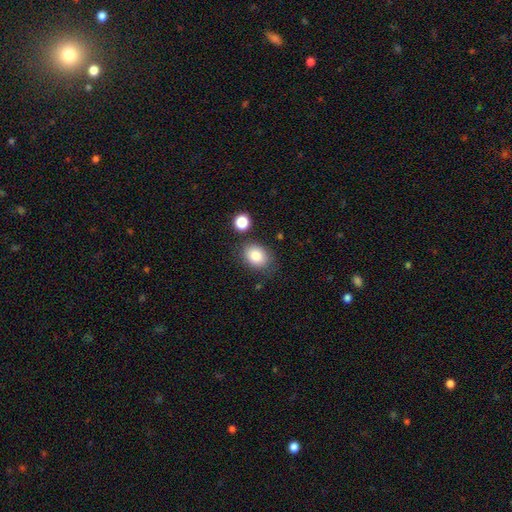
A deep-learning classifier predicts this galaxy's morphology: Overall: smooth (85%). How rounded: in between (63%; round 36%). Merging: none (74%).